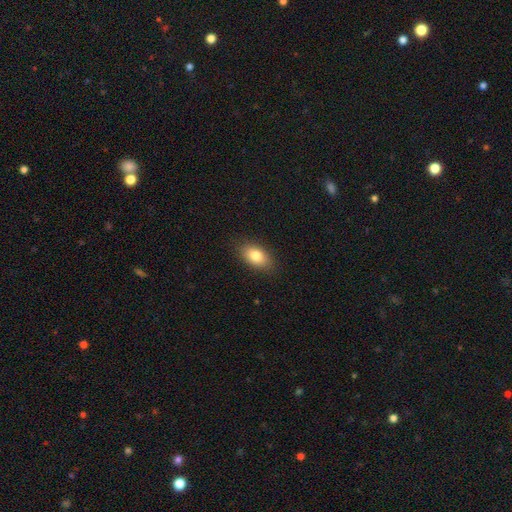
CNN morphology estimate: Smooth or featured: smooth — 82% (featured or disk — 10%)
How rounded: in between — 89% (round — 7%)
Merging: none — 86% (minor disturbance — 10%)